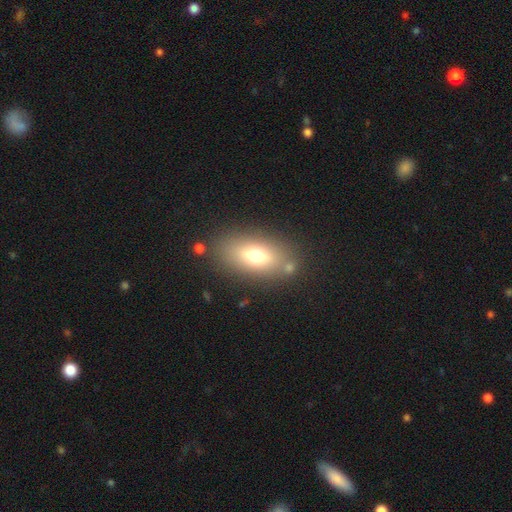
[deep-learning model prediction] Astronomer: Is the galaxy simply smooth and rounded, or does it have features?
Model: smooth — 69%.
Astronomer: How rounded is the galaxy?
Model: in between — 81%.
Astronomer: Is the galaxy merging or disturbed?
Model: none — 77%.